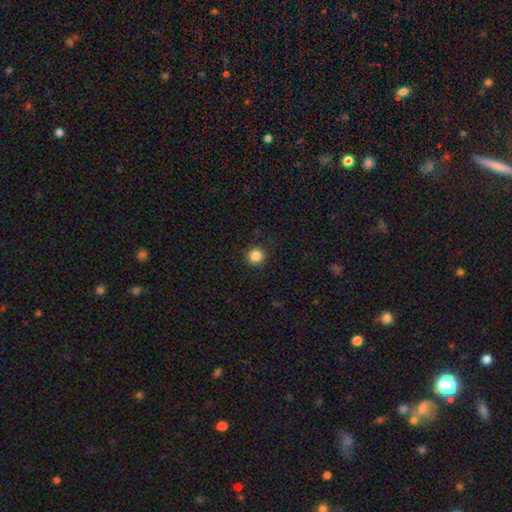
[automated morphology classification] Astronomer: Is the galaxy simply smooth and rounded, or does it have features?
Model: smooth — 85%.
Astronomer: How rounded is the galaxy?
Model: round — 95%.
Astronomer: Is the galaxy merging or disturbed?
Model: none — 91%.